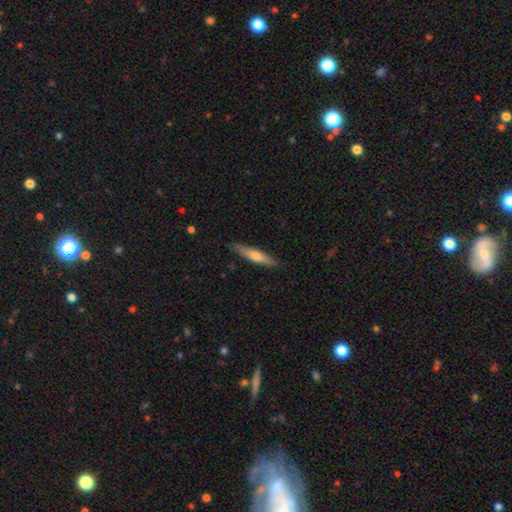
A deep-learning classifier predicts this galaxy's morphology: type=smooth (51%); roundness=cigar-shaped (89%); merging=none (88%).